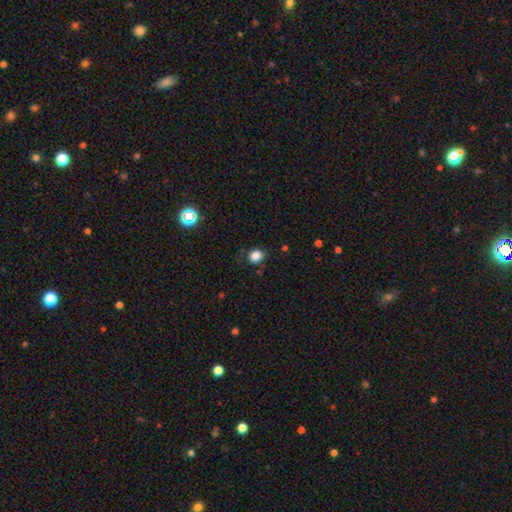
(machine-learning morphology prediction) Smooth or featured?
  - smooth: 83% *
  - star or artifact: 13%
  - featured or disk: 4%
How rounded?
  - round: 80% *
  - in between: 19%
  - cigar-shaped: 1%
Merging?
  - none: 81% *
  - minor disturbance: 13%
  - major disturbance: 4%
  - merger: 2%